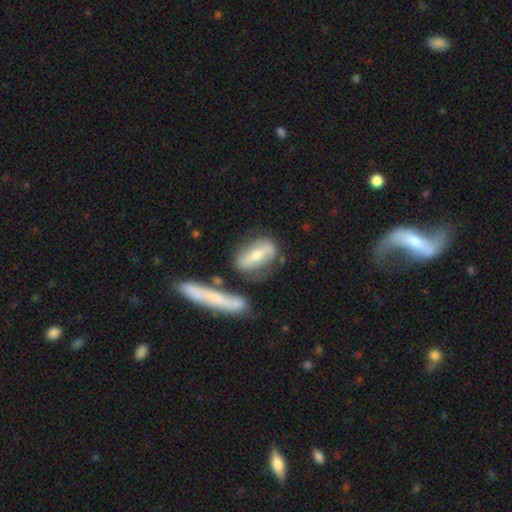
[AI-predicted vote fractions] This appears to be a featured or disk galaxy (49%). Merging: none (63%).